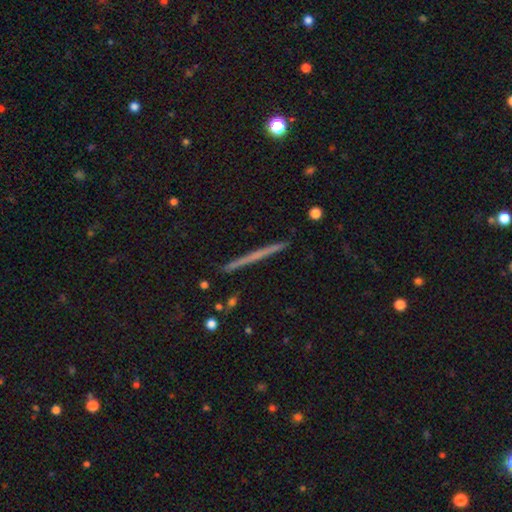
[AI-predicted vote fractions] A featured or disk galaxy (56%) viewed edge-on (98%) with no central bulge (86%).

Vote fractions:
- Smooth or featured? featured or disk: 56% / smooth: 36% / star or artifact: 8%
- Edge-on disk? yes: 98% / no: 2%
- Edge-on bulge? none: 86% / rounded: 10% / boxy: 4%
- Merging? none: 92% / minor disturbance: 6% / merger: 1% / major disturbance: 1%